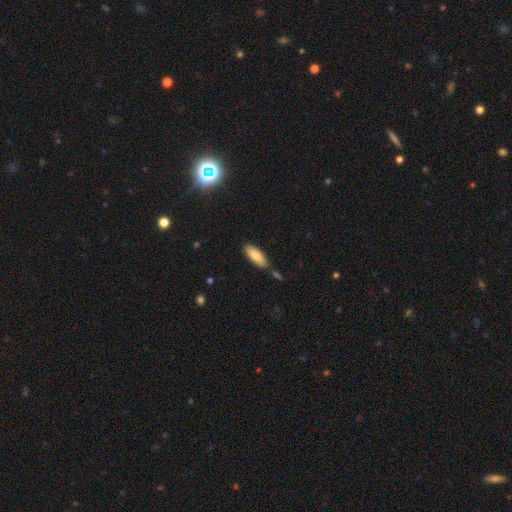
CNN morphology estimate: This appears to be a smooth galaxy with no disk features (82%) that is in between round and cigar-shaped (70%). Merging: none (71%).